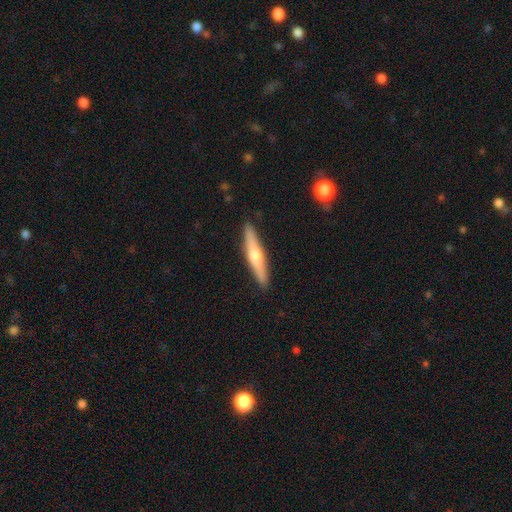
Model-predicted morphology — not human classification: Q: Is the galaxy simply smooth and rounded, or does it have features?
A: featured or disk — 55%.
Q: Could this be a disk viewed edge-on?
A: yes — 95%.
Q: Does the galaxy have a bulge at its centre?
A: rounded — 88%.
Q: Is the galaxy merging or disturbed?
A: none — 90%.